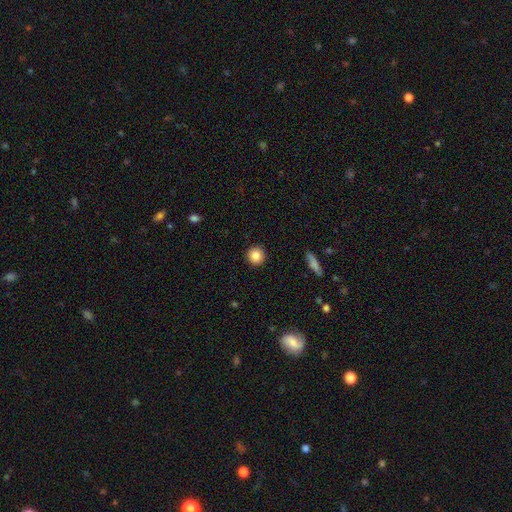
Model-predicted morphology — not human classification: type=smooth (86%); roundness=round (94%); merging=none (92%).